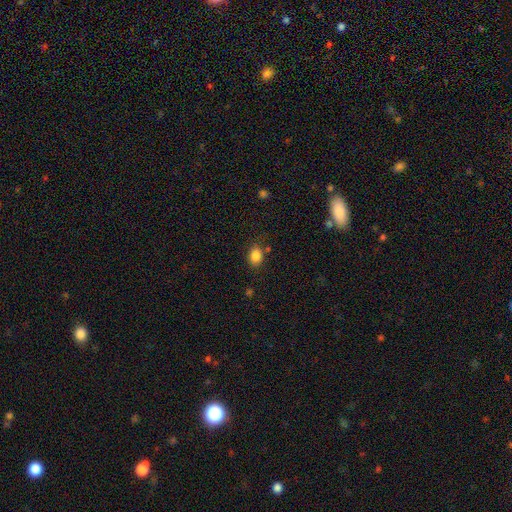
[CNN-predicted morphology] Smooth or featured?
  - smooth: 85% *
  - star or artifact: 10%
  - featured or disk: 5%
How rounded?
  - in between: 66% *
  - round: 32%
  - cigar-shaped: 1%
Merging?
  - none: 78% *
  - minor disturbance: 13%
  - merger: 5%
  - major disturbance: 4%